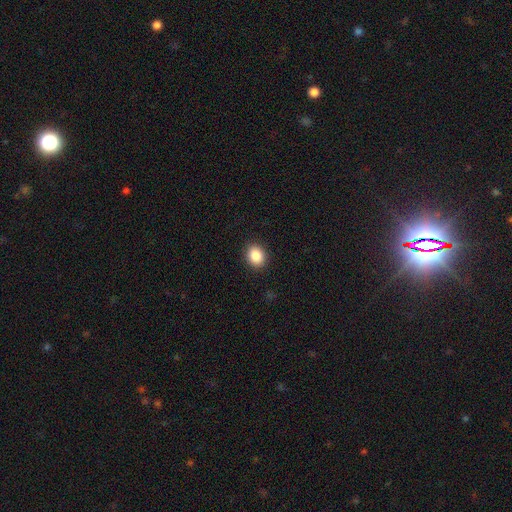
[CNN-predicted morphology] smooth 87%, star or artifact 9%, featured or disk 4%. Down the decision tree: how rounded — round (58%); merging — none (91%).